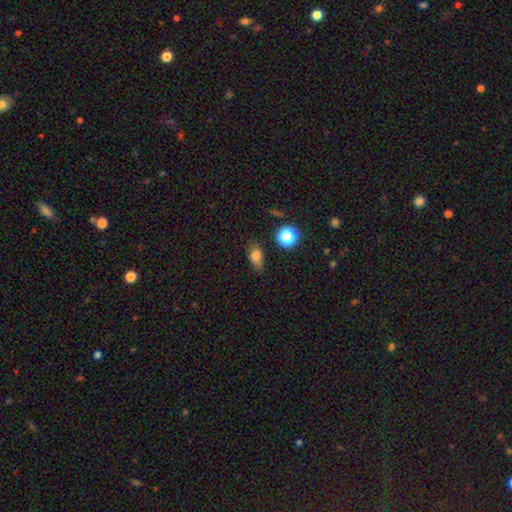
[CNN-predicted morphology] smooth_or_featured: smooth (p=0.77) [alt: star or artifact p=0.13]
how_rounded: in between (p=0.77) [alt: round p=0.18]
merging: none (p=0.71) [alt: minor disturbance p=0.22]